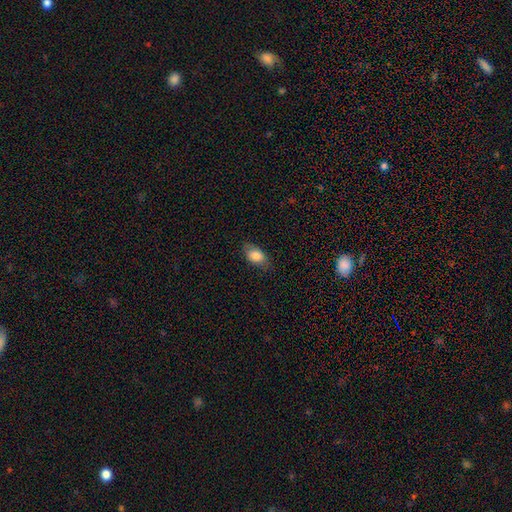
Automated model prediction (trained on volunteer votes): The model was most divided on "merging": none: 78%, minor disturbance: 17%, major disturbance: 4%, merger: 1%. More confident: how rounded — in between (88%); smooth or featured — smooth (82%).